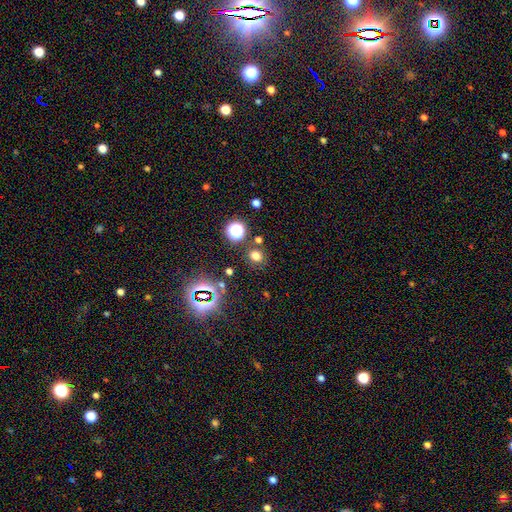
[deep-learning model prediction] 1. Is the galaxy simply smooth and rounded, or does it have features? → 67% smooth, 26% star or artifact, 7% featured or disk.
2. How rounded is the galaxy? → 78% round, 21% in between, 1% cigar-shaped.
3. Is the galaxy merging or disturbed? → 81% none, 9% minor disturbance, 6% merger, 4% major disturbance.